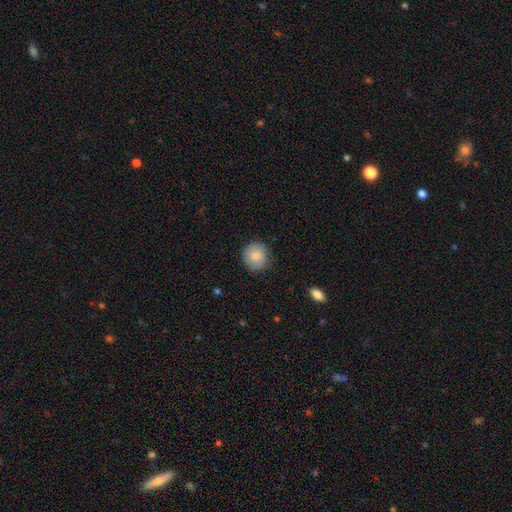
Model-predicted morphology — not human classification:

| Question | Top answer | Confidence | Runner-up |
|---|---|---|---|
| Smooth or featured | smooth | 82% | featured or disk (11%) |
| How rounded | round | 89% | in between (11%) |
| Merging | none | 82% | minor disturbance (14%) |